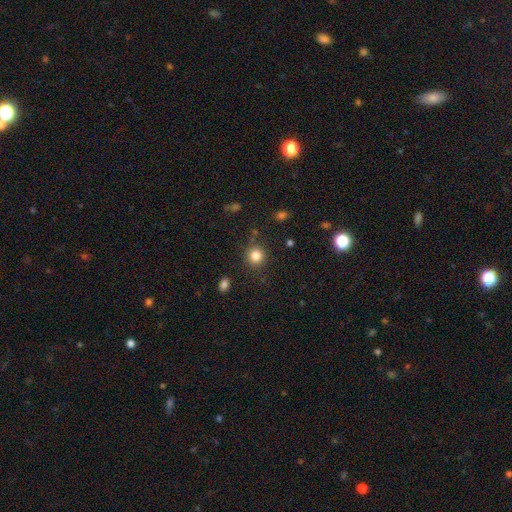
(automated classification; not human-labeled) Q: Smooth or featured?
A: smooth (83%); runner-up: star or artifact (12%)
Q: How rounded?
A: round (89%); runner-up: in between (10%)
Q: Merging?
A: none (83%); runner-up: minor disturbance (10%)